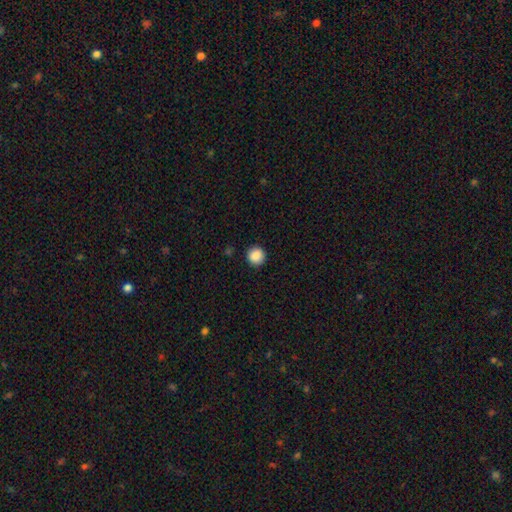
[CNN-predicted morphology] A smooth galaxy with no disk features (88%) that is round (94%). Merging: none (91%).